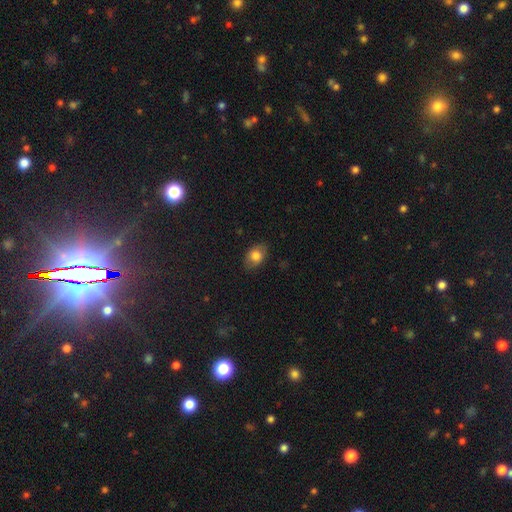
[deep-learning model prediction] A smooth galaxy with no disk features (80%) that is in between round and cigar-shaped (77%).

Vote fractions:
- Smooth or featured? smooth: 80% / featured or disk: 12% / star or artifact: 9%
- How rounded? in between: 77% / round: 22% / cigar-shaped: 1%
- Merging? none: 82% / minor disturbance: 14% / major disturbance: 3% / merger: 1%